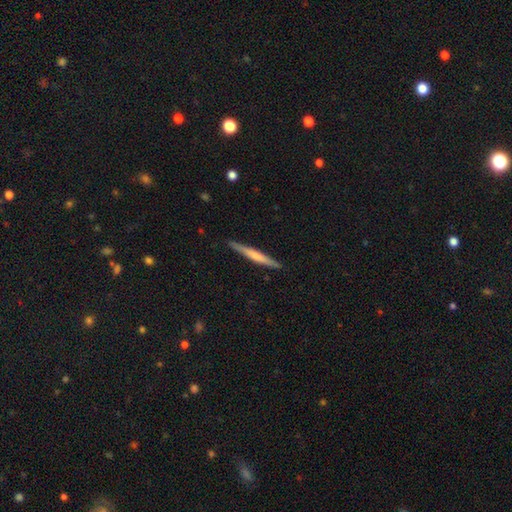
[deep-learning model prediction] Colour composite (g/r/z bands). It shows a smooth galaxy with no disk features (52%) that is cigar-shaped (96%). Merging: none (90%).